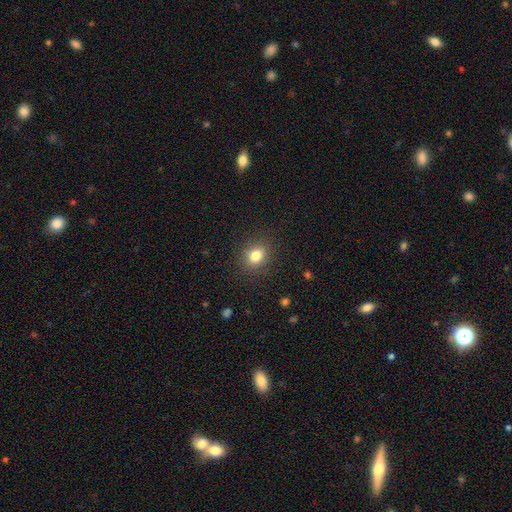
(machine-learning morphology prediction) Smooth or featured?
  - smooth: 81% *
  - star or artifact: 12%
  - featured or disk: 7%
How rounded?
  - round: 56% *
  - in between: 43%
  - cigar-shaped: 1%
Merging?
  - none: 87% *
  - minor disturbance: 9%
  - major disturbance: 3%
  - merger: 1%